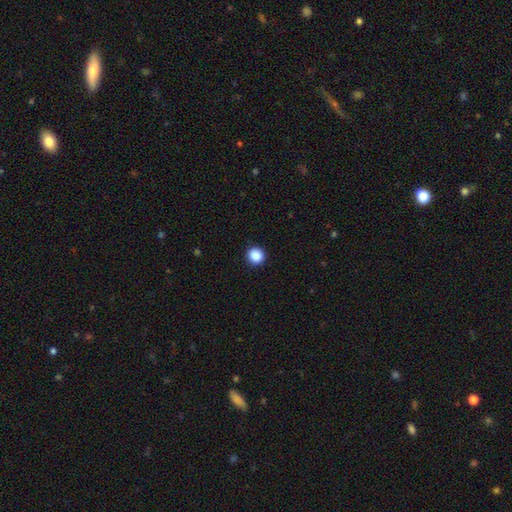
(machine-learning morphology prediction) Smooth or featured: smooth — 88% (star or artifact — 10%)
How rounded: round — 93% (in between — 6%)
Merging: none — 91% (minor disturbance — 6%)